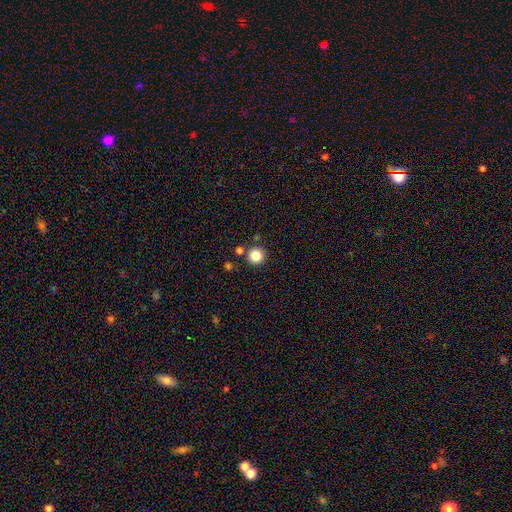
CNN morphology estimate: This appears to be a smooth galaxy with no disk features (85%) that is round (95%). Merging: none (85%).